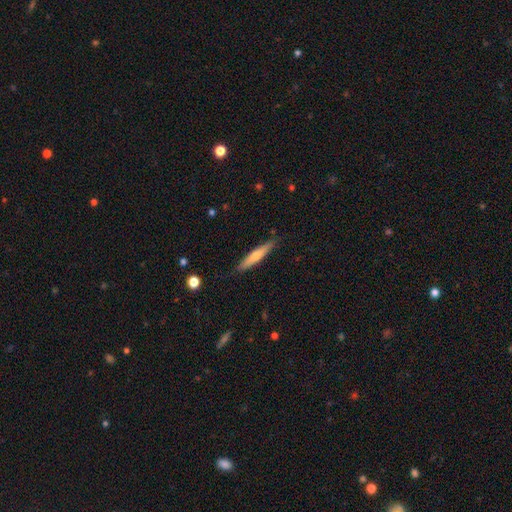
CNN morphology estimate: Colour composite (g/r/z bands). It shows a smooth galaxy with no disk features (55%) that is cigar-shaped (89%). Merging: none (86%).